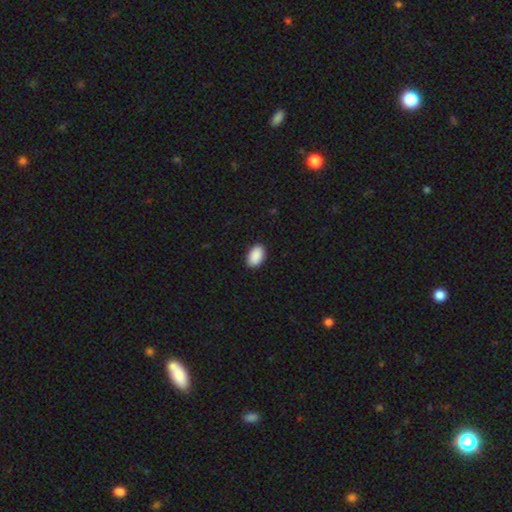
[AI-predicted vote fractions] This is clearly a smooth galaxy (91%). How rounded: clearly in between (93%). Merging: clearly none (90%).